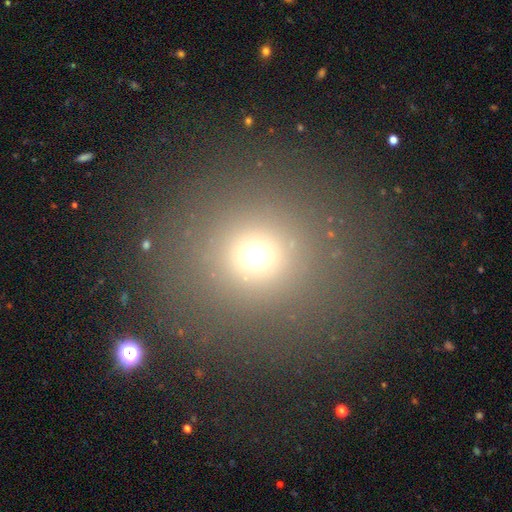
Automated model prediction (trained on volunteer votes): smooth 67%, star or artifact 24%, featured or disk 9%. Down the decision tree: how rounded — round (91%); merging — none (86%).